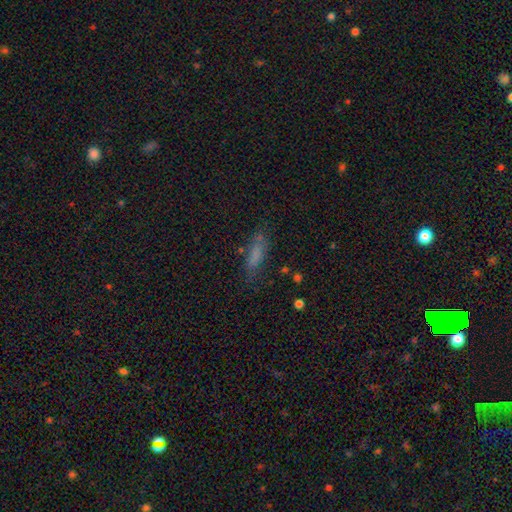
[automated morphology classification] smooth-or-featured: smooth: 72% | featured or disk: 15% | star or artifact: 13%
  how-rounded: cigar-shaped: 50% | in between: 48% | round: 3%
  merging: none: 65% | minor disturbance: 21% | major disturbance: 10% | merger: 5%